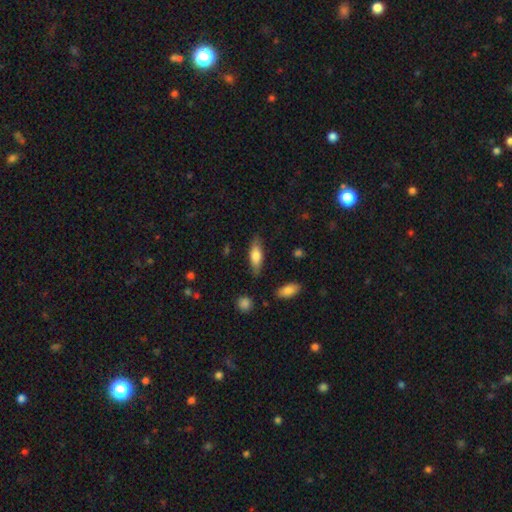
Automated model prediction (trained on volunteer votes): smooth 70%, featured or disk 23%, star or artifact 6%. Down the decision tree: how rounded — in between (65%); merging — none (78%).